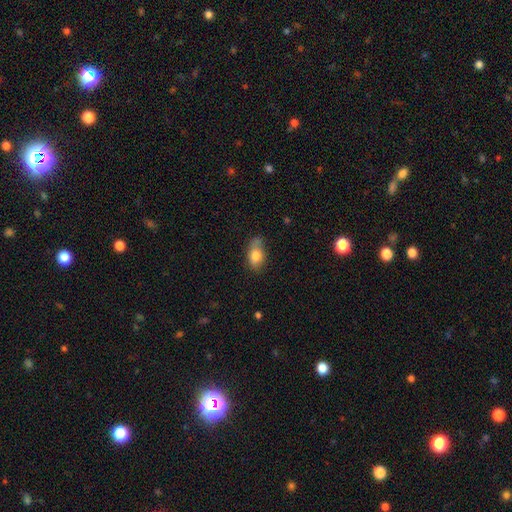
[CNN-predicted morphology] Smooth or featured: smooth — 79% (featured or disk — 13%)
How rounded: in between — 85% (round — 12%)
Merging: none — 57% (minor disturbance — 30%)